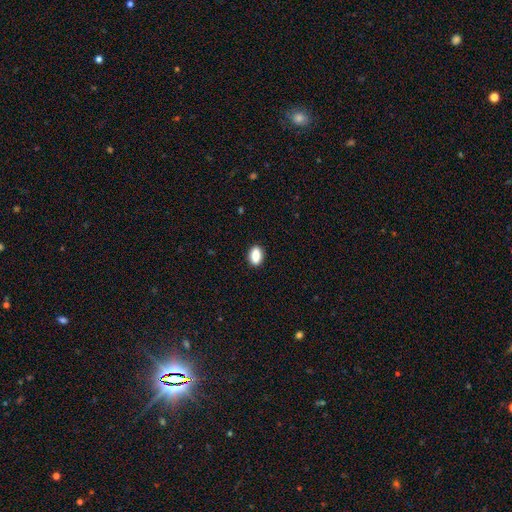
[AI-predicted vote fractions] Overall: smooth (85%). How rounded: in between (85%). Merging: none (89%).